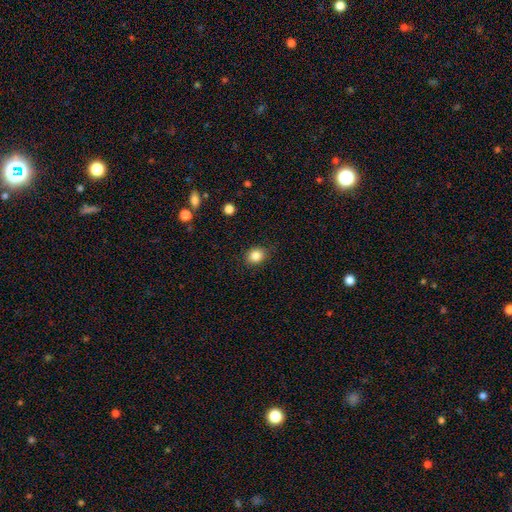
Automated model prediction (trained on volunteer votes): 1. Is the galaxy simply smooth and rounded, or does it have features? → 85% smooth, 10% star or artifact, 5% featured or disk.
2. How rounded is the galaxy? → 61% round, 38% in between, 1% cigar-shaped.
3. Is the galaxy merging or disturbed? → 85% none, 12% minor disturbance, 3% major disturbance, 1% merger.